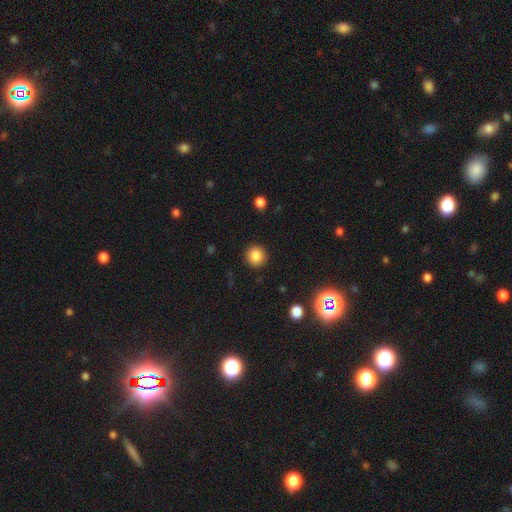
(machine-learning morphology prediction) The model was most divided on "smooth or featured": smooth: 85%, star or artifact: 11%, featured or disk: 4%. More confident: how rounded — round (93%); merging — none (91%).